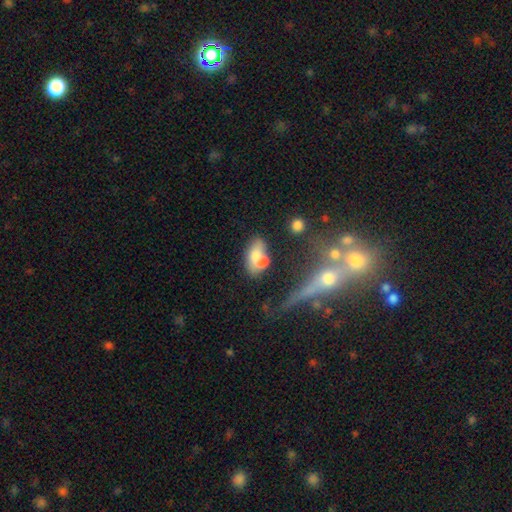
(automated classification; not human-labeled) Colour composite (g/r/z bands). It shows a smooth galaxy with no disk features (63%) that is in between round and cigar-shaped (85%). Merging: merger (52%).